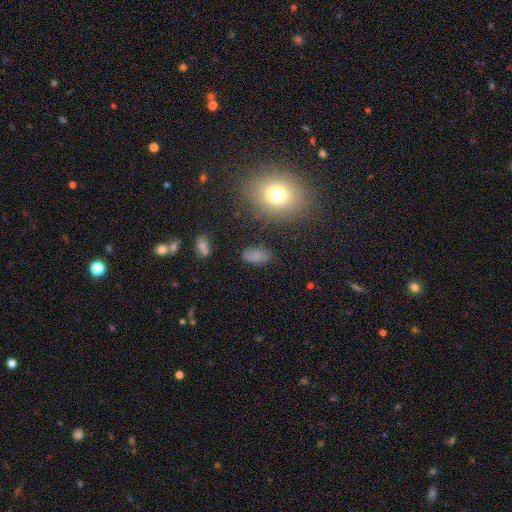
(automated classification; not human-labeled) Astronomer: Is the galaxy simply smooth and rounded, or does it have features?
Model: smooth — 75%.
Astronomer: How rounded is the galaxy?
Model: in between — 91%.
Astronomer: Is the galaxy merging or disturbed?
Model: none — 79%.